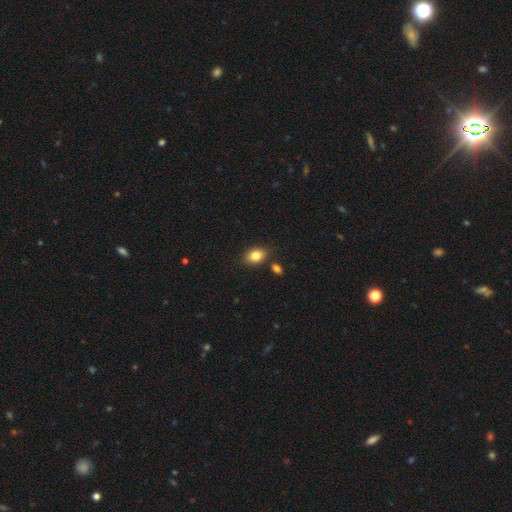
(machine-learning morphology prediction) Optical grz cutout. It shows a smooth galaxy with no disk features (84%) that is in between round and cigar-shaped (77%). Merging: none (81%).